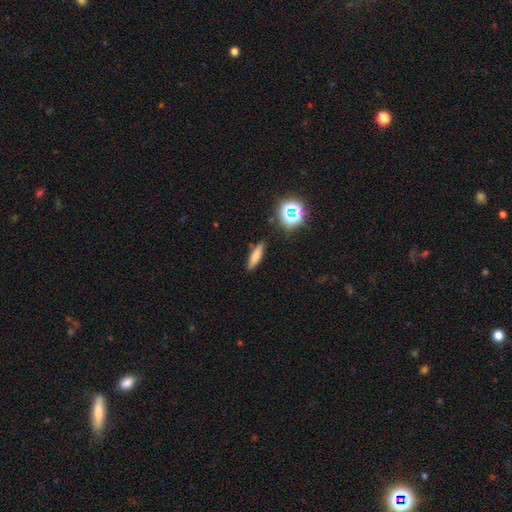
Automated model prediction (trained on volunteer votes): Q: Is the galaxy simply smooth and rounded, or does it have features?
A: smooth — 72%.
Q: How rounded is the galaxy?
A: cigar-shaped — 69%.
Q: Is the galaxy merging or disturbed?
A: none — 87%.